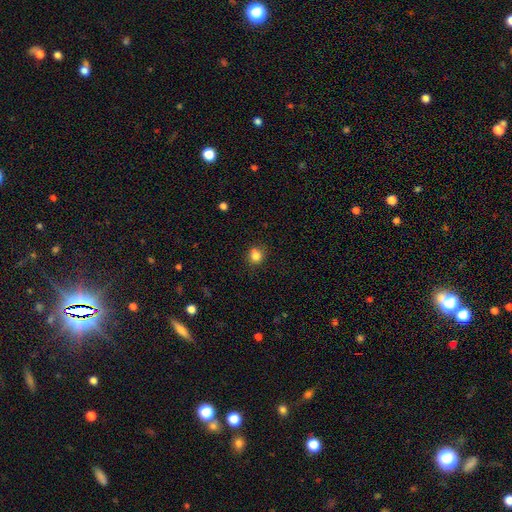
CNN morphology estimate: Smooth or featured: smooth — 81% (star or artifact — 12%)
How rounded: round — 78% (in between — 21%)
Merging: none — 69% (minor disturbance — 17%)